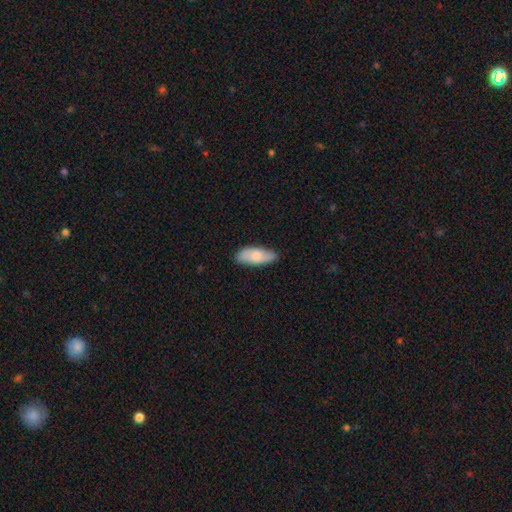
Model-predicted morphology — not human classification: Smooth or featured?
  - smooth: 75% *
  - featured or disk: 19%
  - star or artifact: 6%
How rounded?
  - in between: 80% *
  - cigar-shaped: 18%
  - round: 2%
Merging?
  - none: 80% *
  - minor disturbance: 16%
  - major disturbance: 2%
  - merger: 1%